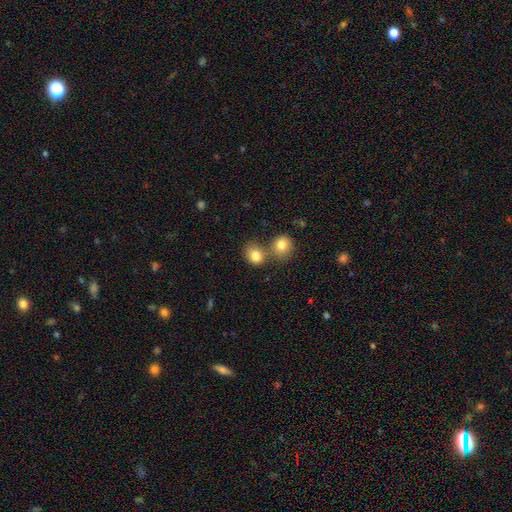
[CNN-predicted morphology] A smooth galaxy with no disk features (83%) that is round (64%). Merging: none (47%).